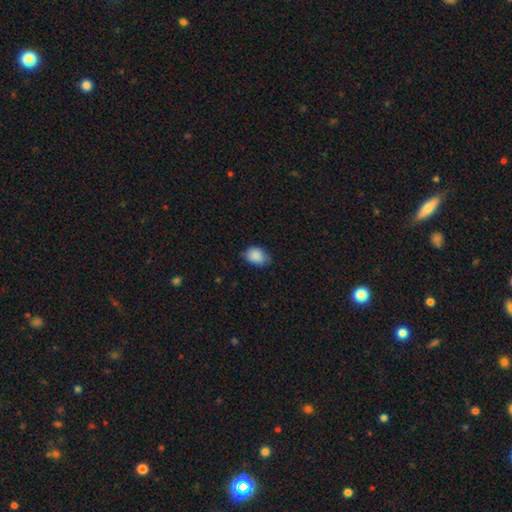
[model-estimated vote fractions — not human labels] This is clearly a smooth galaxy (88%). How rounded: likely in between (74%). Merging: likely none (70%).